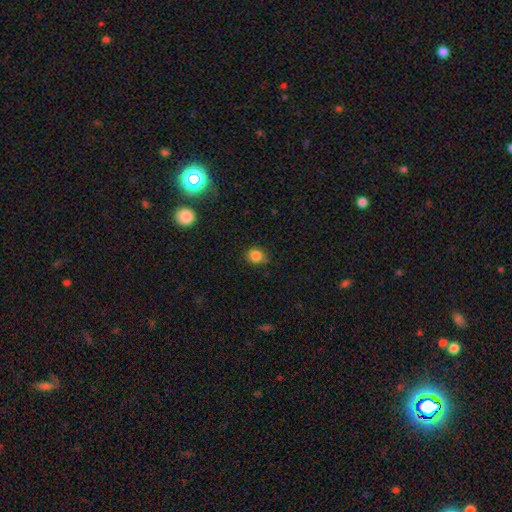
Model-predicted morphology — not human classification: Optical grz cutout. It shows a smooth galaxy with no disk features (83%) that is round (82%). Merging: none (72%).